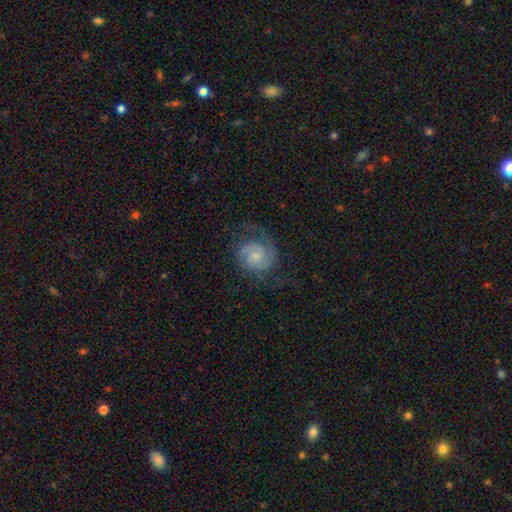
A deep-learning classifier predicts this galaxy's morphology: This appears to be a featured or disk galaxy (77%) with no bar (67%), 2 (73%) medium (44%) spiral arms (95%) and a small central bulge (55%). Merging: none (65%).